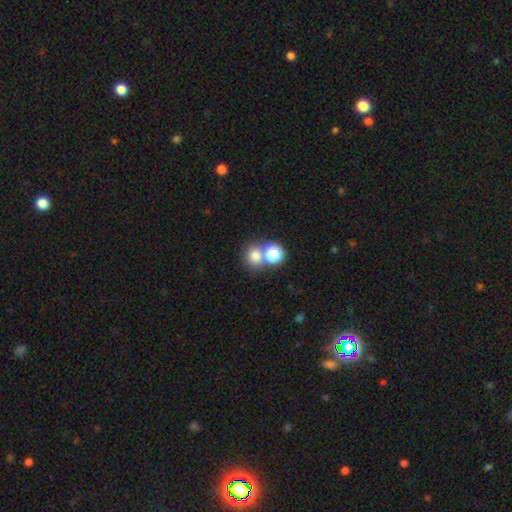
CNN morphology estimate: The model was most divided on "merging": none: 52%, merger: 38%, minor disturbance: 7%, major disturbance: 3%. More confident: how rounded — round (82%); smooth or featured — smooth (76%).